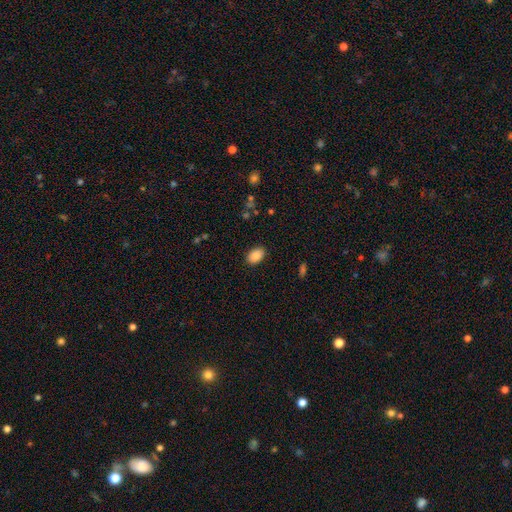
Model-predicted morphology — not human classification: Smooth or featured? Predicted: smooth (p=0.89). How rounded? Predicted: in between (p=0.89). Merging? Predicted: none (p=0.88).